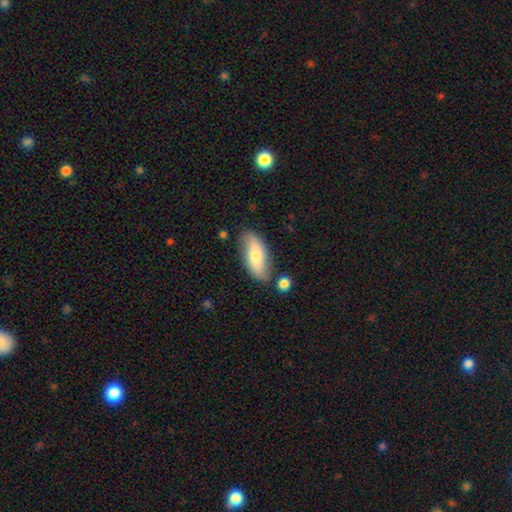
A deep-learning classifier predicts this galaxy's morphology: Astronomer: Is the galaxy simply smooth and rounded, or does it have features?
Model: smooth — 58% (runner-up: featured or disk, 35%).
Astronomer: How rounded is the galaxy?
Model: in between — 80%.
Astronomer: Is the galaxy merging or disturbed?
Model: none — 76%.